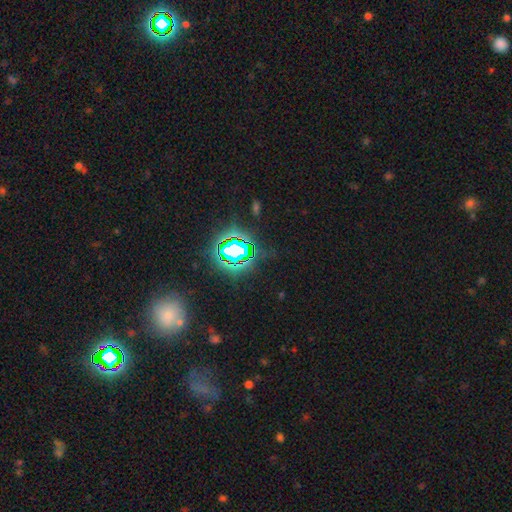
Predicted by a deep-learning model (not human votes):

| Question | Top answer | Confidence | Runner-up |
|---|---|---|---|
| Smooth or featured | star or artifact | 79% | smooth (14%) |